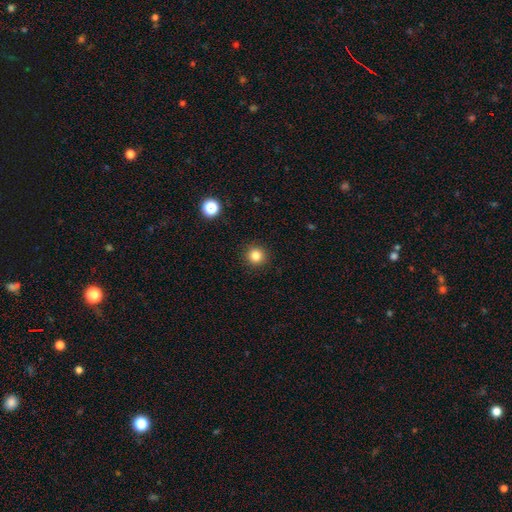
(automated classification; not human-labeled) Smooth or featured? smooth (83%)
How rounded? round (95%)
Merging? none (92%)